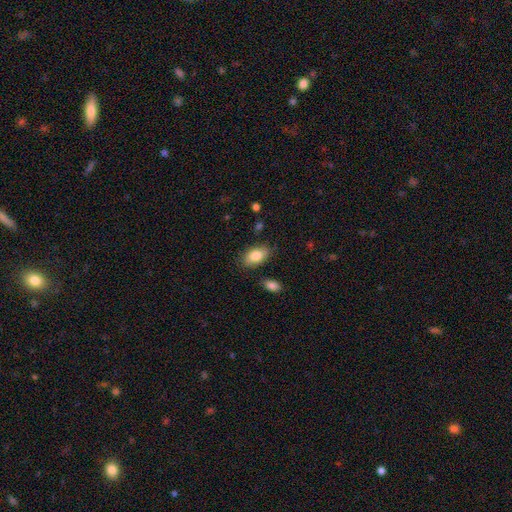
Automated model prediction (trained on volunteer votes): Morphology: type=smooth (83%); roundness=in between (92%); merging=none (81%).